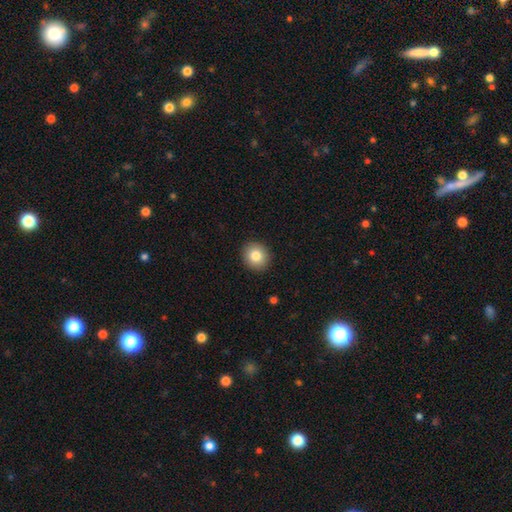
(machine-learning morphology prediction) smooth-or-featured: smooth: 83% | star or artifact: 9% | featured or disk: 9%
  how-rounded: round: 81% | in between: 18% | cigar-shaped: 1%
  merging: none: 92% | minor disturbance: 6% | major disturbance: 2% | merger: 1%